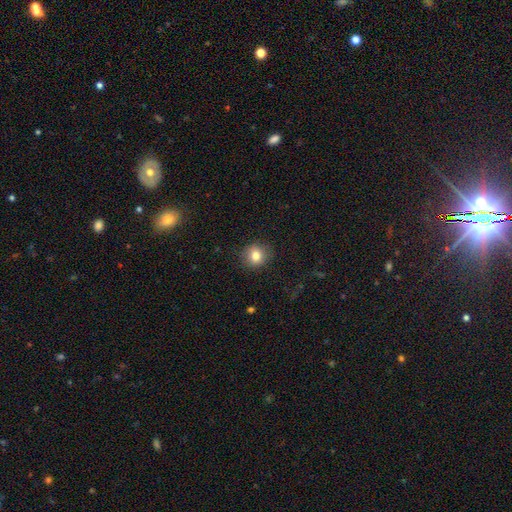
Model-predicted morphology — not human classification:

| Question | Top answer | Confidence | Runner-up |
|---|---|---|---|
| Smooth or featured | smooth | 81% | star or artifact (11%) |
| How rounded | round | 84% | in between (15%) |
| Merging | none | 88% | minor disturbance (9%) |